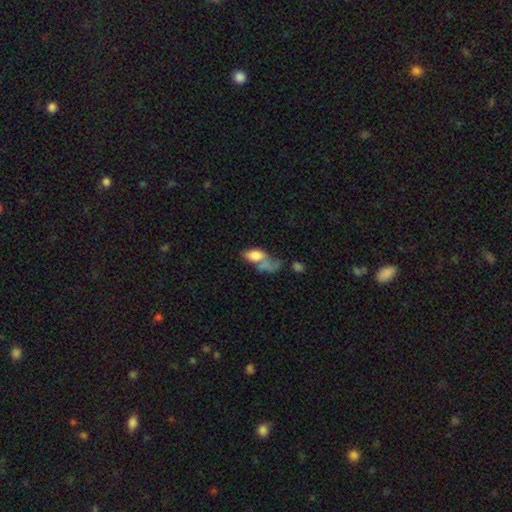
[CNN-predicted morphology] This appears to be a smooth galaxy with no disk features (74%) that is in between round and cigar-shaped (87%). Merging: merger (48%).